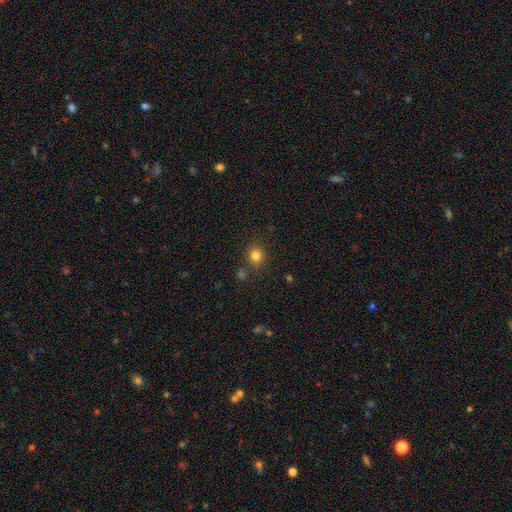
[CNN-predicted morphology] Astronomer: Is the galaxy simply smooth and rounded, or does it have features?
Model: smooth — 81%.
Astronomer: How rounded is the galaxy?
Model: round — 80%.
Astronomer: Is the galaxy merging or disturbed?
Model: none — 83%.